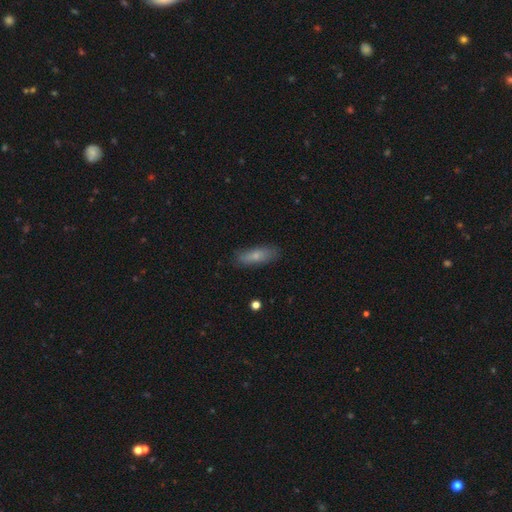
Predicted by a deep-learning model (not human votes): Q: Smooth or featured?
A: smooth (72%); runner-up: featured or disk (21%)
Q: How rounded?
A: in between (51%); runner-up: cigar-shaped (46%)
Q: Merging?
A: none (78%); runner-up: minor disturbance (17%)